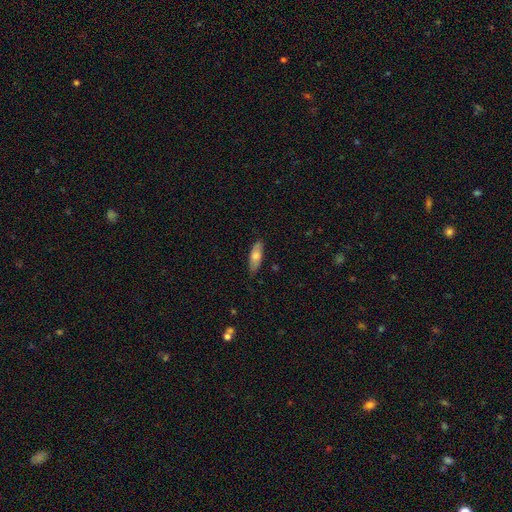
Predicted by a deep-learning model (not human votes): smooth 71%, featured or disk 23%, star or artifact 6%. Down the decision tree: how rounded — in between (63%); merging — none (82%).